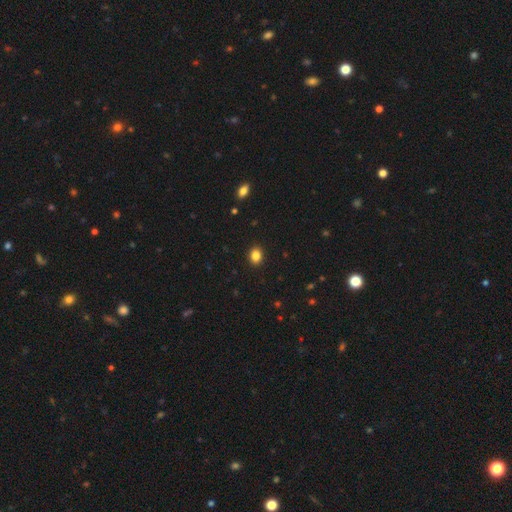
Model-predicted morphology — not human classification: smooth-or-featured: smooth: 85% | star or artifact: 10% | featured or disk: 4%
  how-rounded: round: 51% | in between: 49% | cigar-shaped: 1%
  merging: none: 91% | minor disturbance: 6% | major disturbance: 2% | merger: 1%